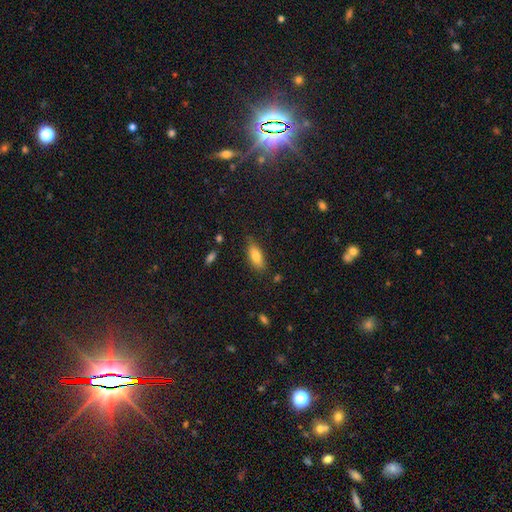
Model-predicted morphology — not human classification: A smooth galaxy with no disk features (80%) that is in between round and cigar-shaped (72%). Merging: none (77%).